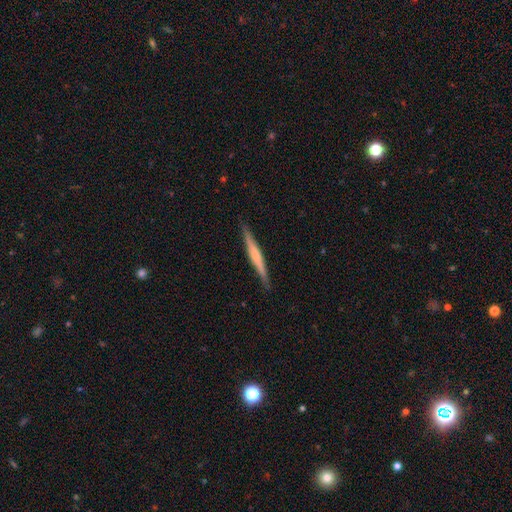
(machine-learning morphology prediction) Smooth or featured?
  - featured or disk: 58% *
  - smooth: 36%
  - star or artifact: 6%
Edge-on disk?
  - yes: 98% *
  - no: 2%
Edge-on bulge?
  - none: 43% * (tied)
  - rounded: 43% * (tied)
  - boxy: 14%
Merging?
  - none: 90% *
  - minor disturbance: 7%
  - major disturbance: 1%
  - merger: 1%